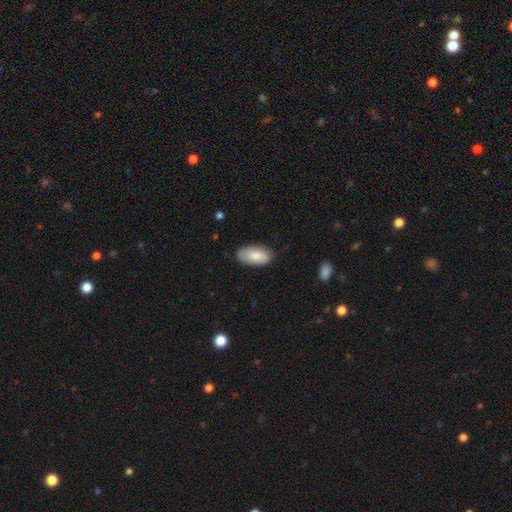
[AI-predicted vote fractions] Morphology: type=smooth (83%); roundness=in between (95%); merging=none (79%).